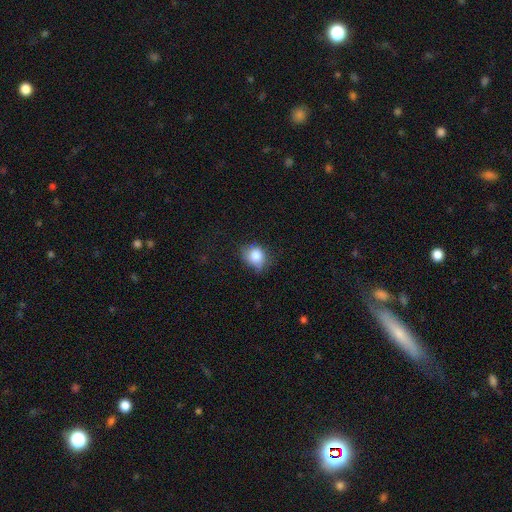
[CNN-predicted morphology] Smooth or featured: smooth — 80% (featured or disk — 10%)
How rounded: round — 62% (in between — 37%)
Merging: none — 56% (minor disturbance — 33%)